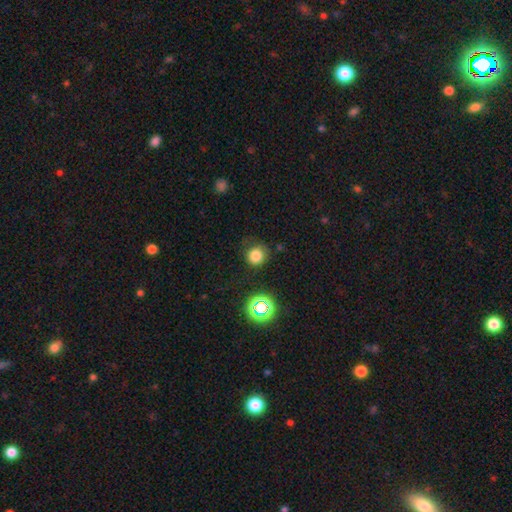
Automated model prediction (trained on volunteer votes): Overall: smooth (78%). How rounded: round (89%). Merging: none (76%).